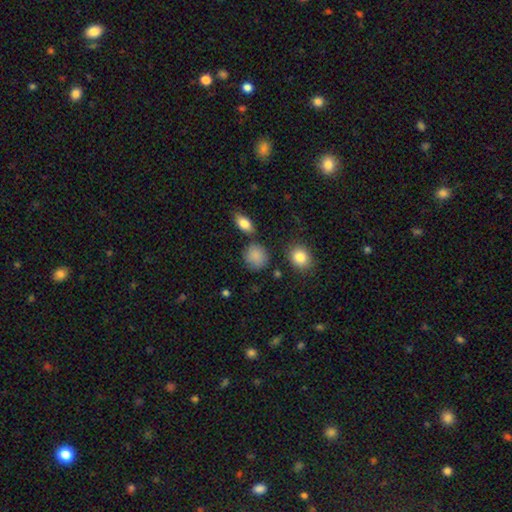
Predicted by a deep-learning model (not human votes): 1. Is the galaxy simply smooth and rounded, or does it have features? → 84% smooth, 9% star or artifact, 6% featured or disk.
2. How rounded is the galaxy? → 79% round, 20% in between, 1% cigar-shaped.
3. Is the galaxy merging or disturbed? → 74% none, 16% minor disturbance, 5% major disturbance, 4% merger.